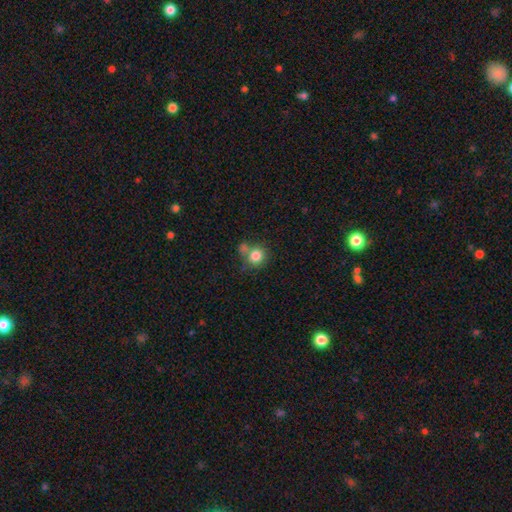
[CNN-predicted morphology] A smooth galaxy with no disk features (82%) that is round (86%). Merging: none (54%).